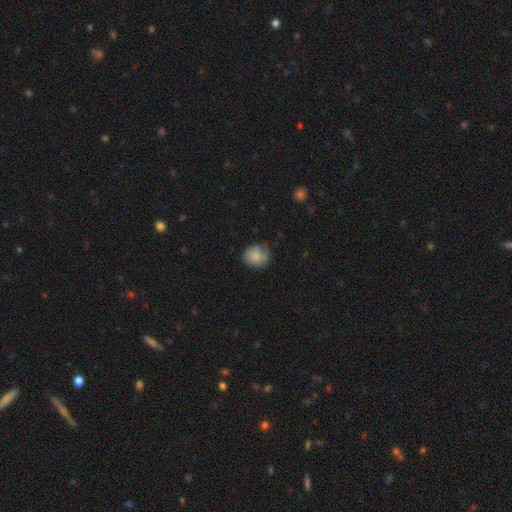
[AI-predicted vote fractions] Overall: smooth (78%). How rounded: round (76%). Merging: none (65%; minor disturbance 26%).